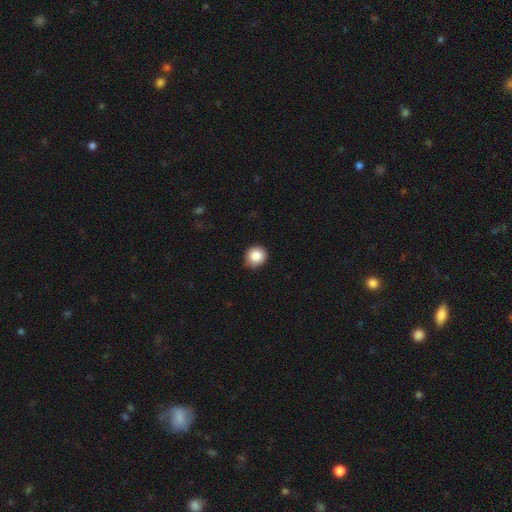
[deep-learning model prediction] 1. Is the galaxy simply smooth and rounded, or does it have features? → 85% smooth, 9% star or artifact, 6% featured or disk.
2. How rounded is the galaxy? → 89% round, 10% in between, 1% cigar-shaped.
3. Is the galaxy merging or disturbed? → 82% none, 15% minor disturbance, 2% major disturbance, 1% merger.